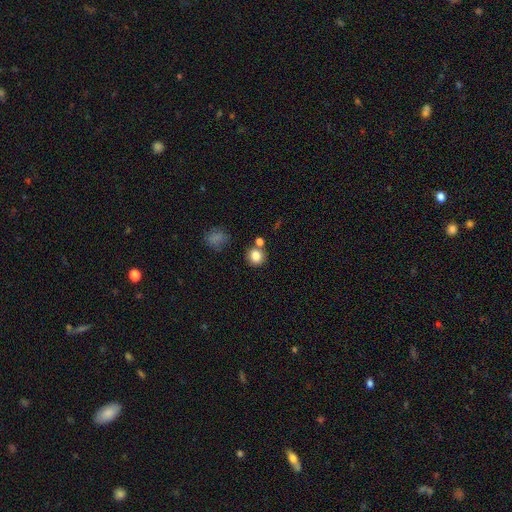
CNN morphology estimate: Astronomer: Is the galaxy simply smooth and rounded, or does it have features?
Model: smooth — 83%.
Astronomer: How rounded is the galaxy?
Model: round — 83%.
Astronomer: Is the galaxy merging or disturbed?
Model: none — 70%.